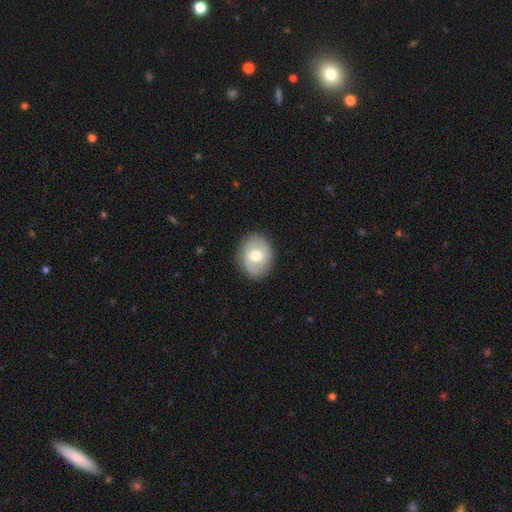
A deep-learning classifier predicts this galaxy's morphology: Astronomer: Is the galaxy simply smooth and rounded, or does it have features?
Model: smooth — 57% (runner-up: featured or disk, 37%).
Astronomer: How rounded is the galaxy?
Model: round — 52% (runner-up: in between, 47%).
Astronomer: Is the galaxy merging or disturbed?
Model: none — 85%.